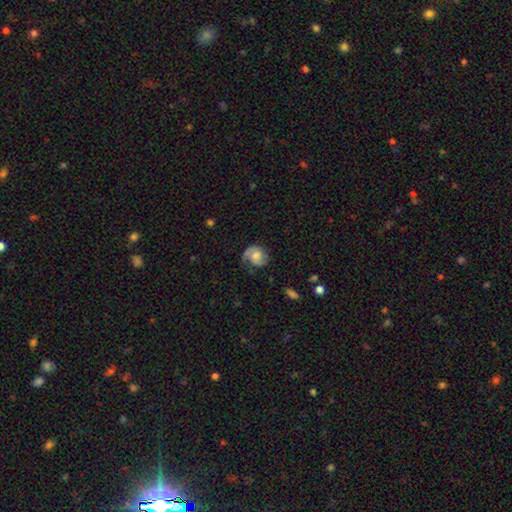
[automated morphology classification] type=featured or disk (73%); edge-on=no (98%); bar=no (61%); spiral arms=yes (94%); winding=medium (46%); arm count=2 (75%); bulge=moderate (54%); merging=none (65%).